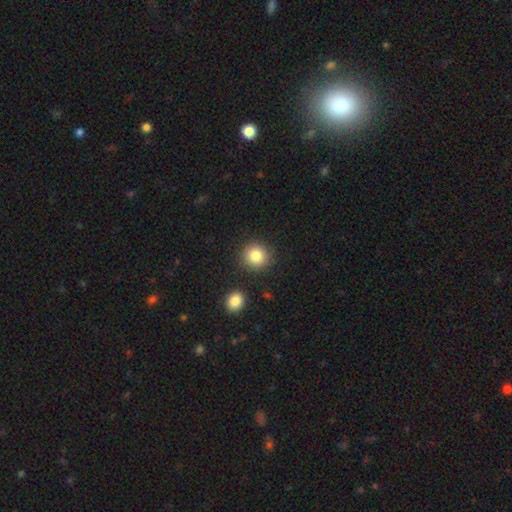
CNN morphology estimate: Smooth or featured? smooth (84%)
How rounded? round (90%)
Merging? none (86%)